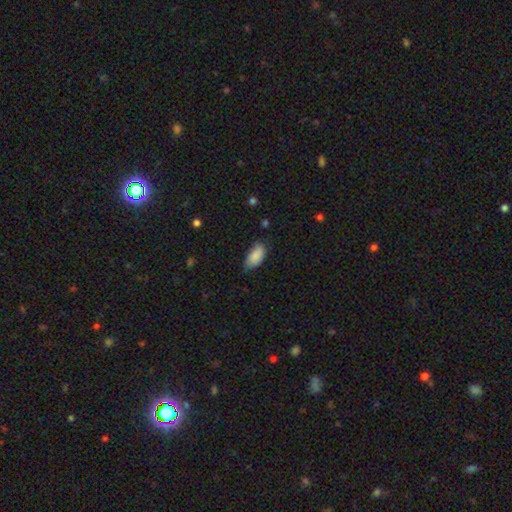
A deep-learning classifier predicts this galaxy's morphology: smooth-or-featured: smooth: 88% | star or artifact: 7% | featured or disk: 6%
  how-rounded: in between: 93% | cigar-shaped: 4% | round: 3%
  merging: none: 67% | minor disturbance: 28% | major disturbance: 4% | merger: 1%